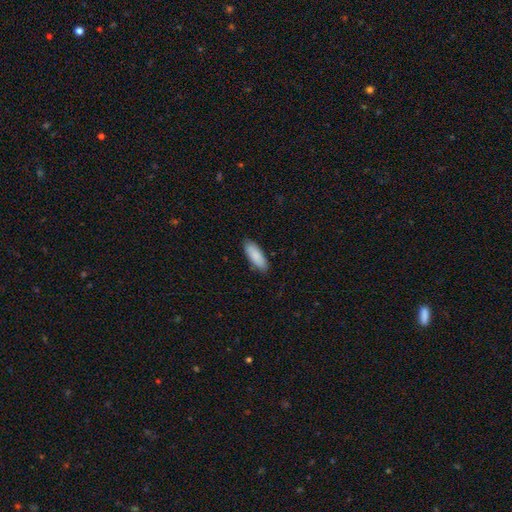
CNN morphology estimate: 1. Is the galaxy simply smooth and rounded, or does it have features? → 89% smooth, 6% featured or disk, 5% star or artifact.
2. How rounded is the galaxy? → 69% in between, 29% cigar-shaped, 2% round.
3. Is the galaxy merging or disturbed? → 87% none, 10% minor disturbance, 2% major disturbance, 1% merger.